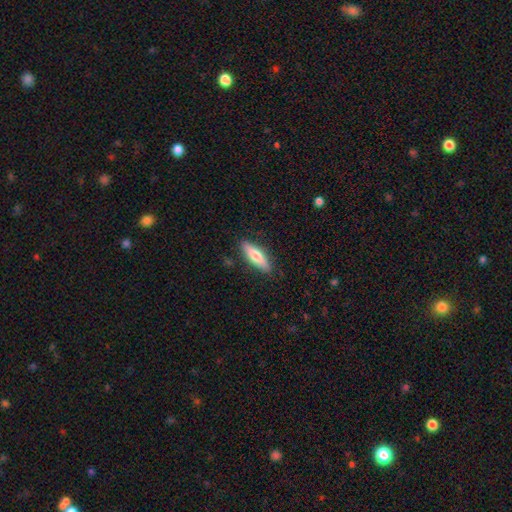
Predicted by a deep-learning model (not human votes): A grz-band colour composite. It shows a smooth galaxy with no disk features (67%) that is cigar-shaped (56%). Merging: none (87%).